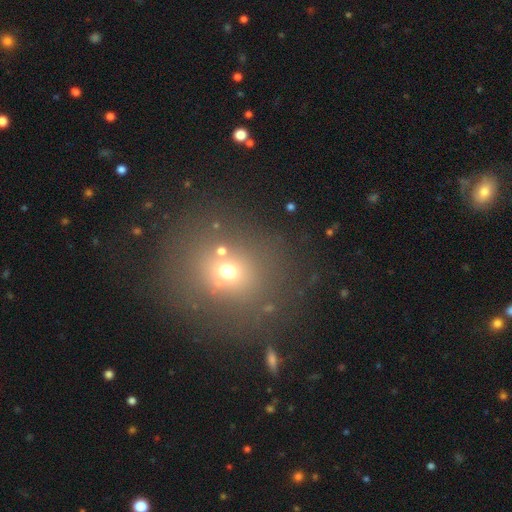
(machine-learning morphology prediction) A smooth galaxy with no disk features (52%) that is round (79%). Merging: none (77%).